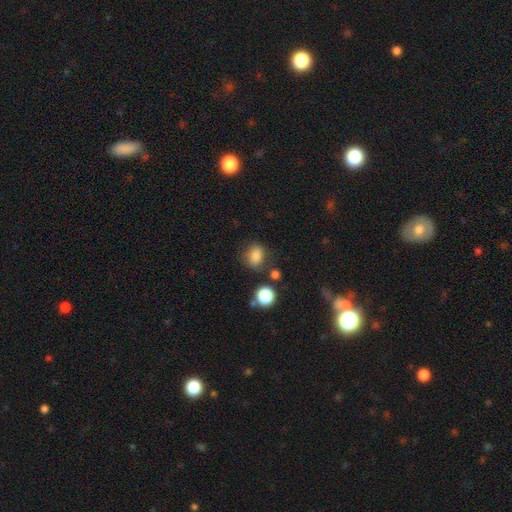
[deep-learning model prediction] Smooth or featured: smooth — 82% (star or artifact — 12%)
How rounded: round — 53% (in between — 46%)
Merging: none — 72% (minor disturbance — 16%)